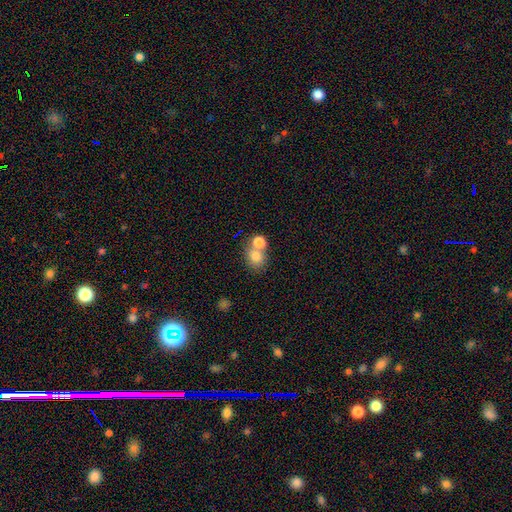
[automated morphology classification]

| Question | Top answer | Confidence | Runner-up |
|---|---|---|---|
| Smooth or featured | smooth | 78% | star or artifact (11%) |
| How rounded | round | 67% | in between (32%) |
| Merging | merger | 50% | none (40%) |